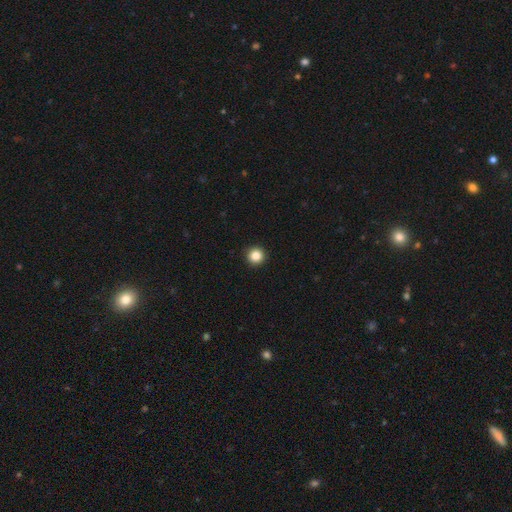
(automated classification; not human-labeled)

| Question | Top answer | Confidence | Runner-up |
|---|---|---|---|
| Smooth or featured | smooth | 84% | star or artifact (11%) |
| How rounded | round | 96% | in between (3%) |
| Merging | none | 94% | minor disturbance (4%) |